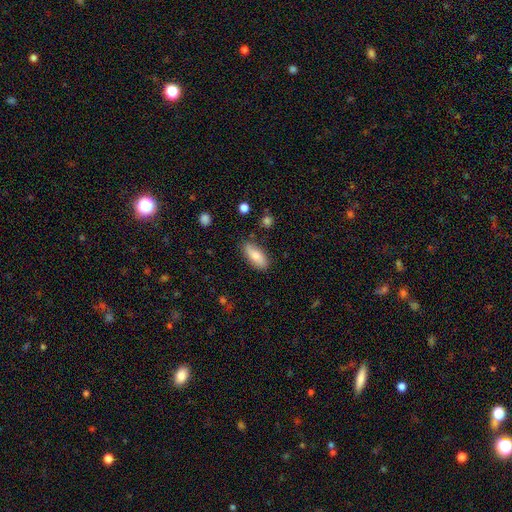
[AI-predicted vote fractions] This appears to be a smooth galaxy with no disk features (77%) that is in between round and cigar-shaped (80%). Merging: none (81%).